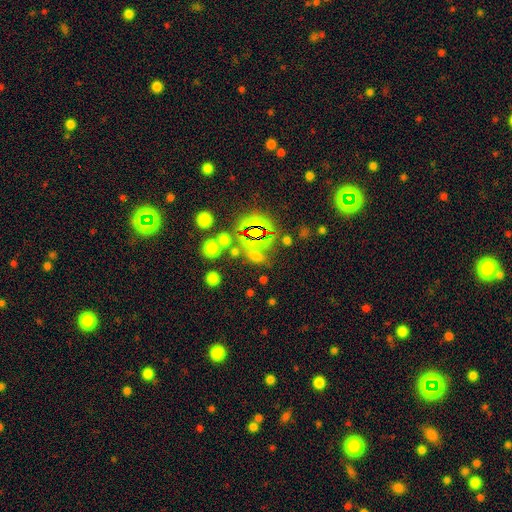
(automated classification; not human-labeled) Morphology: type=star or artifact (45%).